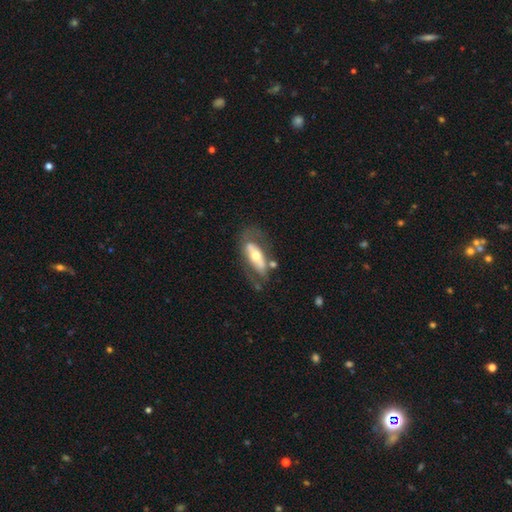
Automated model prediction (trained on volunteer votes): smooth-or-featured: featured or disk: 58% | smooth: 36% | star or artifact: 6%
  disk-edge-on: no: 75% | yes: 25%
  merging: none: 56% | minor disturbance: 21% | major disturbance: 15% | merger: 8%